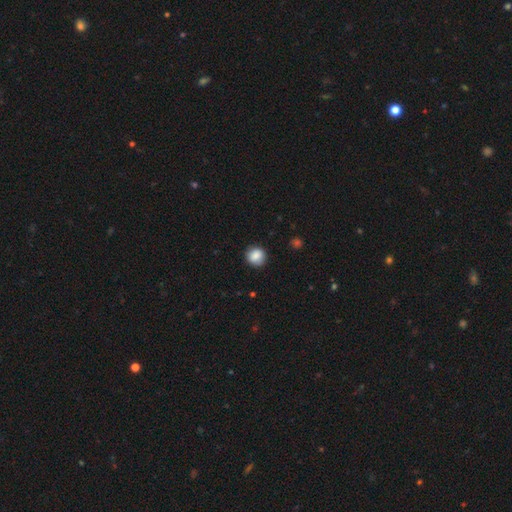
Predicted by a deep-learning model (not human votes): The model was most divided on "how rounded": round: 87%, in between: 12%, cigar-shaped: 1%. More confident: smooth or featured — smooth (86%); merging — none (86%).